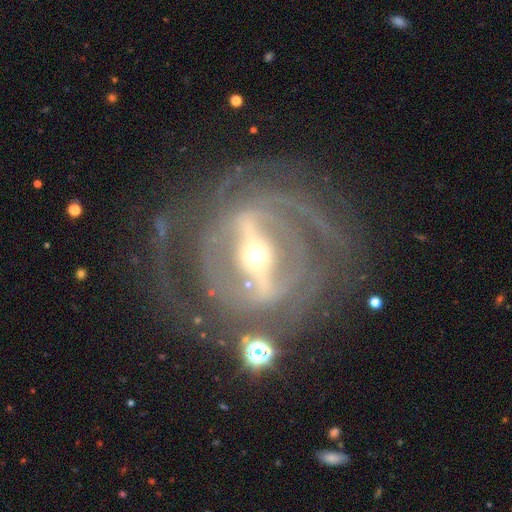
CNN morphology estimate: smooth-or-featured: featured or disk: 90% | star or artifact: 6% | smooth: 5%
  disk-edge-on: no: 91% | yes: 9%
    bar: strong: 80% | weak: 15% | no: 5%
    has-spiral-arms: yes: 90% | no: 10%
      spiral-winding: tight: 58% | medium: 31% | loose: 10%
      spiral-arm-count: 2: 31% | can't tell: 26% | 3: 18% | 4: 12% | more than 4: 7% | 1: 5%
    bulge-size: small: 53% | moderate: 41% | large: 4% | dominant: 1% | none: 1%
  merging: none: 71% | minor disturbance: 14% | major disturbance: 12% | merger: 3%